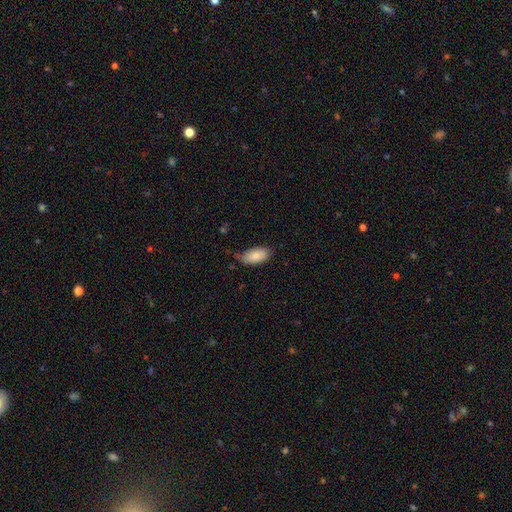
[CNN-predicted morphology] Q: Smooth or featured?
A: smooth (85%); runner-up: featured or disk (9%)
Q: How rounded?
A: in between (93%); runner-up: cigar-shaped (5%)
Q: Merging?
A: none (72%); runner-up: minor disturbance (22%)